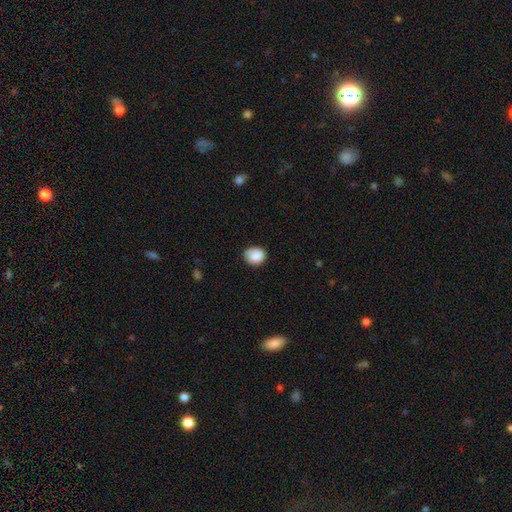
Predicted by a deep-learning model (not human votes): Q: Smooth or featured?
A: smooth (86%); runner-up: star or artifact (8%)
Q: How rounded?
A: round (71%); runner-up: in between (28%)
Q: Merging?
A: none (73%); runner-up: minor disturbance (22%)